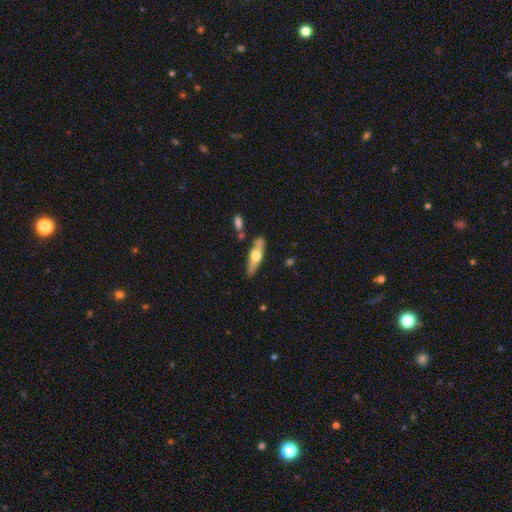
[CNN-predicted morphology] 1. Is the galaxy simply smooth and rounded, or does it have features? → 48% featured or disk, 47% smooth, 5% star or artifact.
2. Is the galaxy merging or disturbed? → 80% none, 12% minor disturbance, 6% merger, 3% major disturbance.